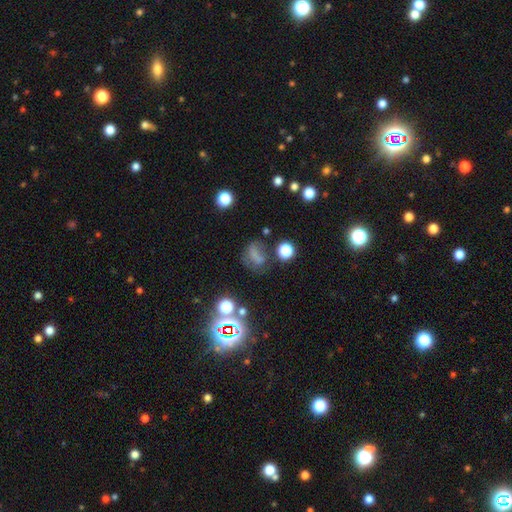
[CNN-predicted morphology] Smooth or featured? smooth (54%)
How rounded? in between (56%)
Merging? none (42%)